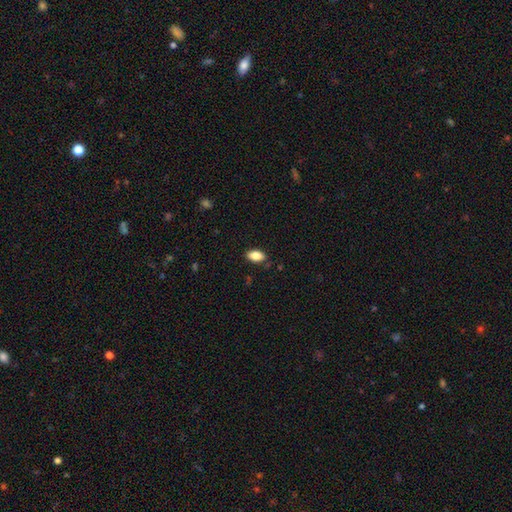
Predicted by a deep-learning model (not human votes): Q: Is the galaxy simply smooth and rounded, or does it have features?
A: smooth — 84%.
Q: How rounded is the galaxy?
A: in between — 92%.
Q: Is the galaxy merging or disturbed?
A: none — 86%.